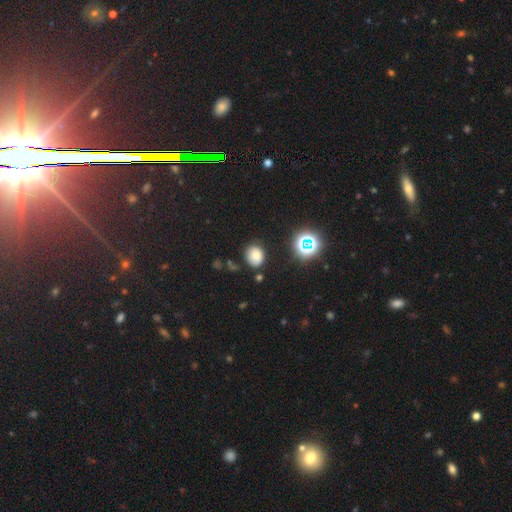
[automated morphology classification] Q: Smooth or featured?
A: smooth (71%); runner-up: star or artifact (18%)
Q: How rounded?
A: round (59%); runner-up: in between (41%)
Q: Merging?
A: none (77%); runner-up: minor disturbance (16%)